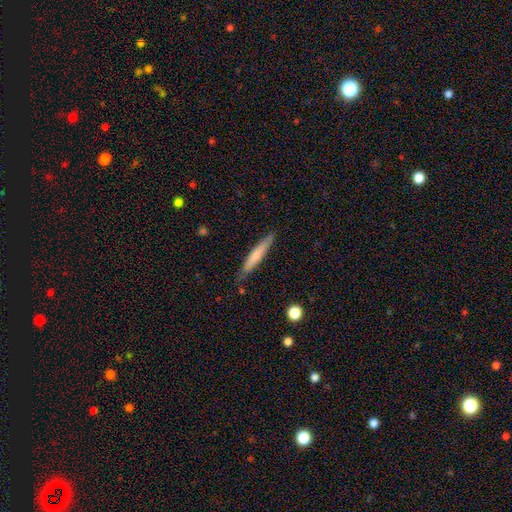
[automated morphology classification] Smooth or featured?
  - smooth: 64% *
  - featured or disk: 30%
  - star or artifact: 6%
How rounded?
  - cigar-shaped: 93% *
  - in between: 6%
  - round: 1%
Merging?
  - none: 82% *
  - minor disturbance: 14%
  - major disturbance: 2%
  - merger: 2%